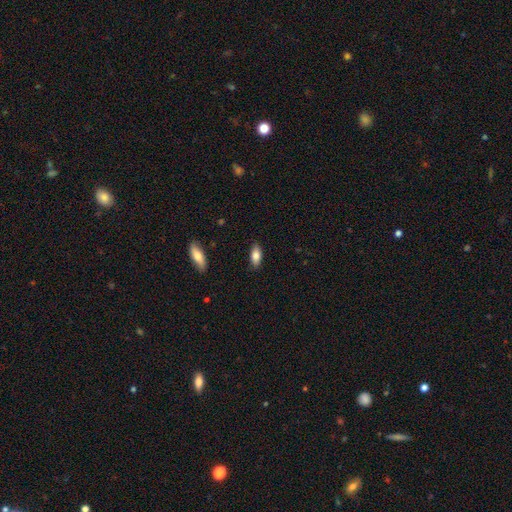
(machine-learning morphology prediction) Q: Smooth or featured?
A: smooth (80%); runner-up: featured or disk (13%)
Q: How rounded?
A: in between (83%); runner-up: cigar-shaped (14%)
Q: Merging?
A: none (87%); runner-up: minor disturbance (9%)